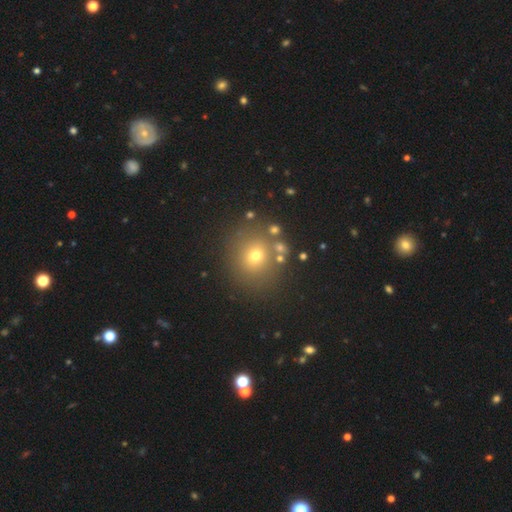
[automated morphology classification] A smooth galaxy with no disk features (66%) that is round (81%). Merging: none (79%).